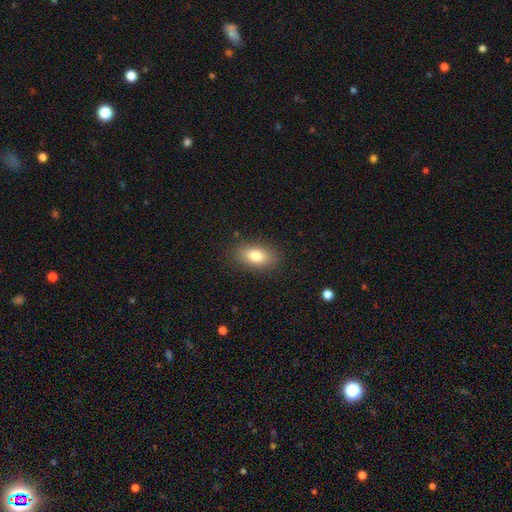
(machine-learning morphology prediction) Smooth or featured? smooth (79%)
How rounded? in between (88%)
Merging? none (86%)